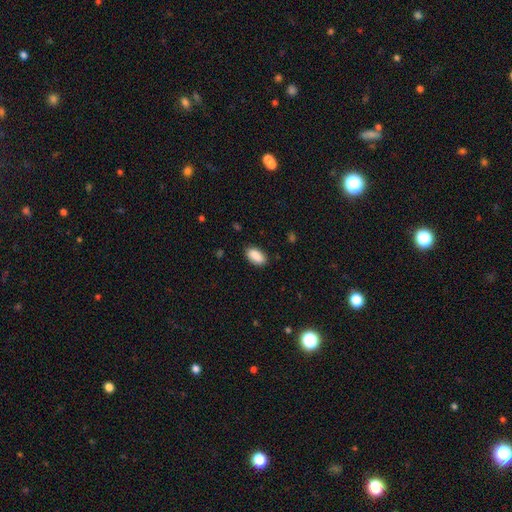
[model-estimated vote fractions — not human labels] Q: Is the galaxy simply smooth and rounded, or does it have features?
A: smooth — 89%.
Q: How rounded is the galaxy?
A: in between — 93%.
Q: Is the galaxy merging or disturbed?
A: none — 85%.